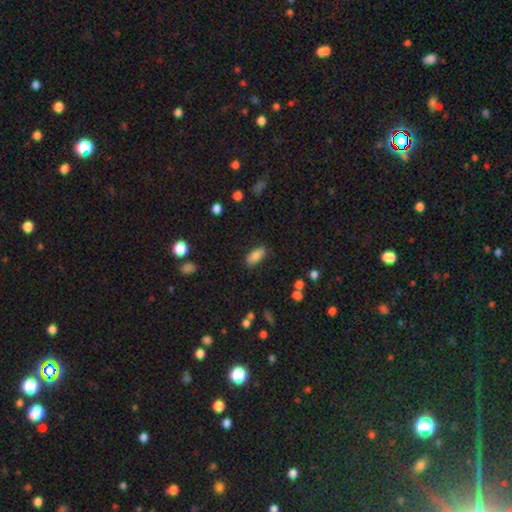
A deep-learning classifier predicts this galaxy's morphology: type=smooth (84%); roundness=in between (88%); merging=none (81%).